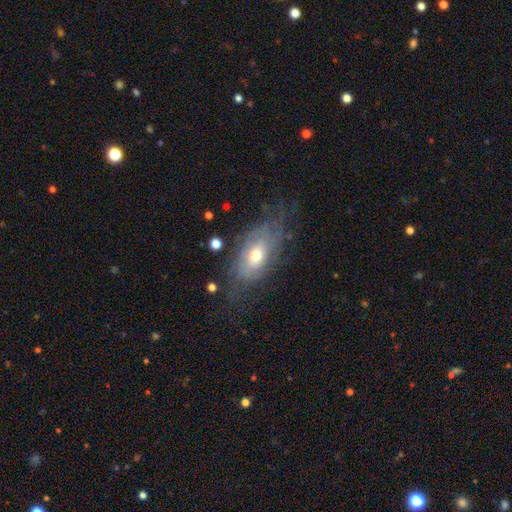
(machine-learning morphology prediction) type=featured or disk (58%); edge-on=no (87%); bar=no (75%); spiral arms=yes (62%); bulge=moderate (66%); merging=none (58%).